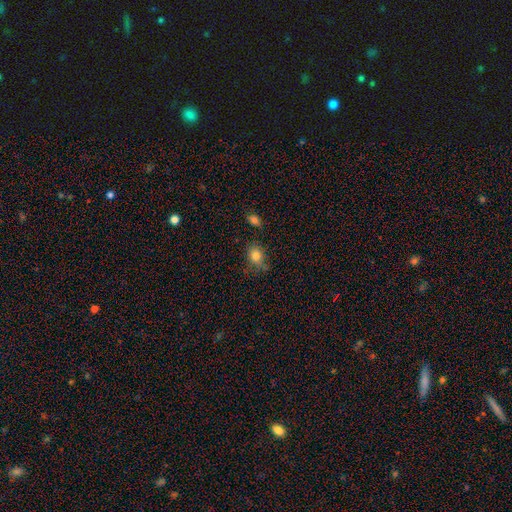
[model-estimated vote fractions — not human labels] Smooth or featured: smooth — 81% (star or artifact — 11%)
How rounded: in between — 52% (round — 47%)
Merging: none — 62% (minor disturbance — 27%)